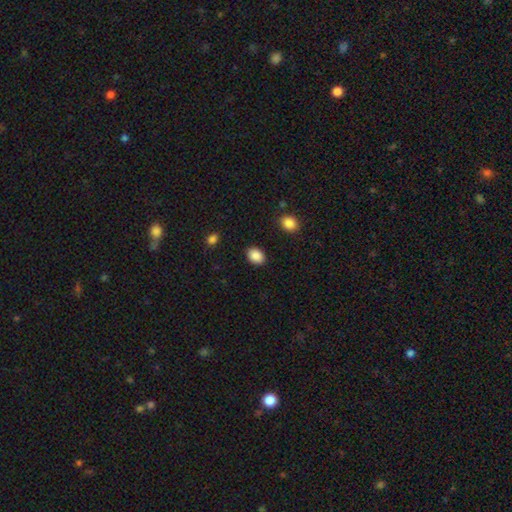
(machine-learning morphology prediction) A smooth galaxy with no disk features (89%) that is in between round and cigar-shaped (70%).

Vote fractions:
- Smooth or featured? smooth: 89% / star or artifact: 8% / featured or disk: 3%
- How rounded? in between: 70% / round: 29% / cigar-shaped: 1%
- Merging? none: 88% / minor disturbance: 8% / major disturbance: 2% / merger: 2%